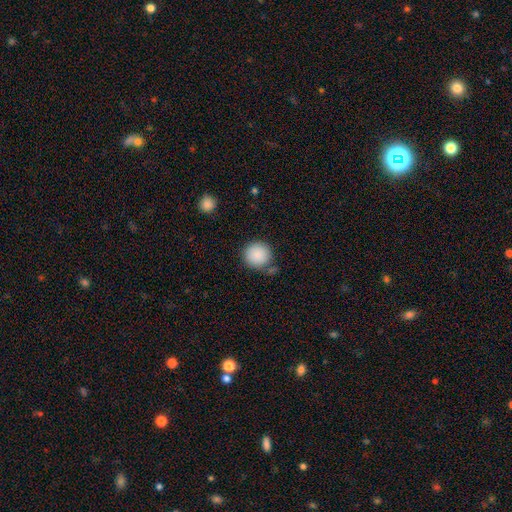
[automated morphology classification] A smooth galaxy with no disk features (89%) that is round (94%).

Vote fractions:
- Smooth or featured? smooth: 89% / star or artifact: 8% / featured or disk: 3%
- How rounded? round: 94% / in between: 5% / cigar-shaped: 1%
- Merging? none: 79% / minor disturbance: 11% / merger: 6% / major disturbance: 4%